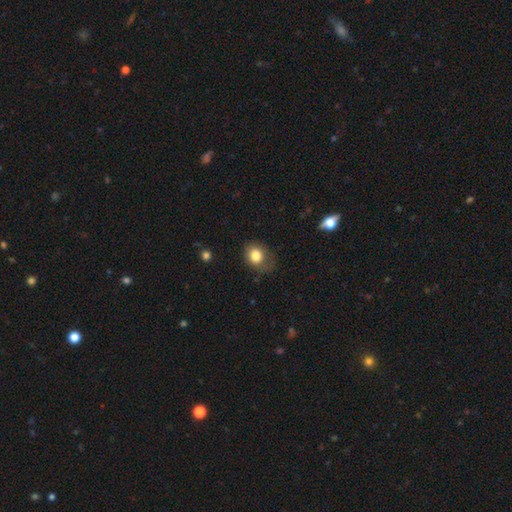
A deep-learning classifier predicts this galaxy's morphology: smooth 81%, star or artifact 10%, featured or disk 9%. Down the decision tree: how rounded — round (57%); merging — none (63%).